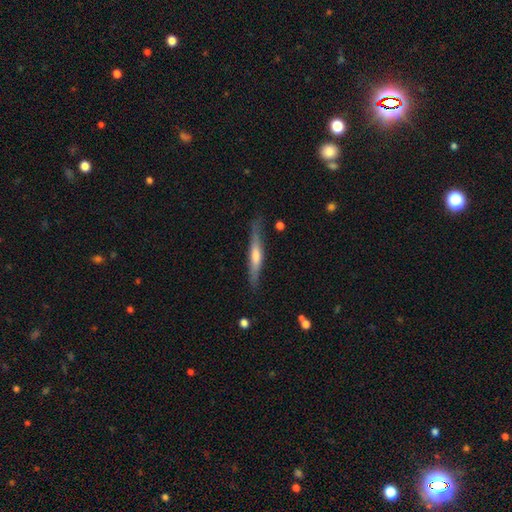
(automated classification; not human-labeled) This appears to be a featured or disk galaxy (64%) viewed edge-on (95%) with a rounded central bulge (68%). Merging: none (82%).